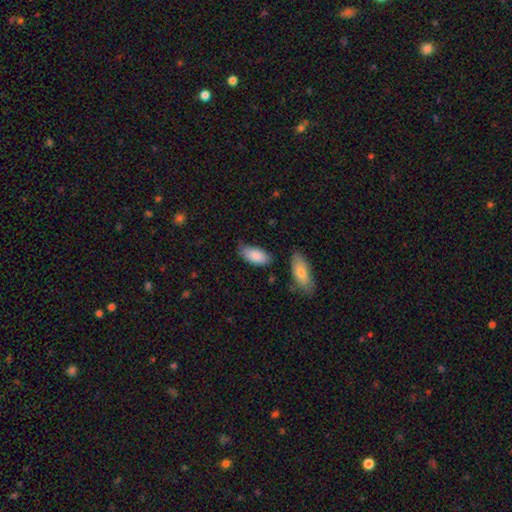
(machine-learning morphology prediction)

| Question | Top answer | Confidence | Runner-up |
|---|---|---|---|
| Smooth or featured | smooth | 86% | featured or disk (8%) |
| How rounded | in between | 91% | cigar-shaped (7%) |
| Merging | none | 62% | minor disturbance (27%) |